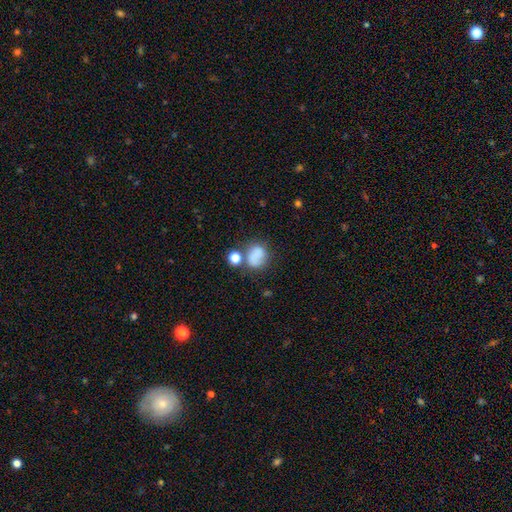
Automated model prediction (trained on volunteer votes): A smooth galaxy with no disk features (75%) that is round (55%).

Vote fractions:
- Smooth or featured? smooth: 75% / featured or disk: 13% / star or artifact: 12%
- How rounded? round: 55% / in between: 44% / cigar-shaped: 1%
- Merging? none: 47% / minor disturbance: 20% / merger: 20% / major disturbance: 13%